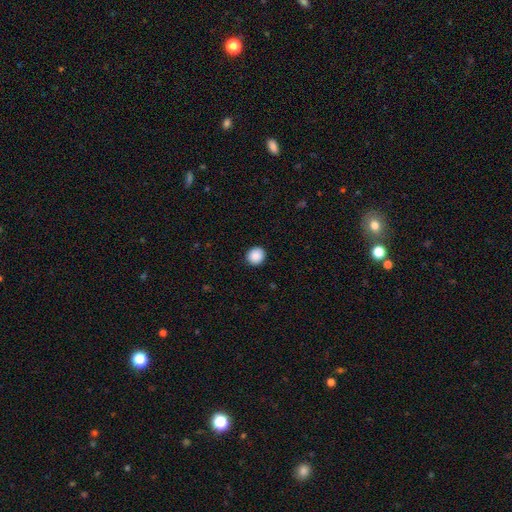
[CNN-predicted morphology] This appears to be a smooth galaxy with no disk features (90%) that is round (88%). Merging: none (92%).